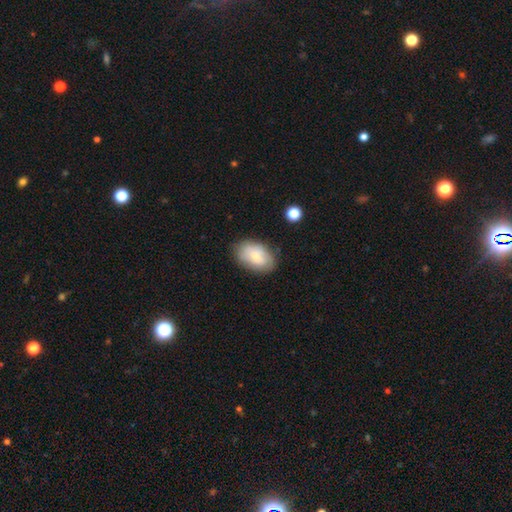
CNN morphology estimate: Smooth or featured?
  - smooth: 70% *
  - featured or disk: 22%
  - star or artifact: 7%
How rounded?
  - in between: 88% *
  - round: 10%
  - cigar-shaped: 1%
Merging?
  - none: 78% *
  - minor disturbance: 17%
  - major disturbance: 4%
  - merger: 2%